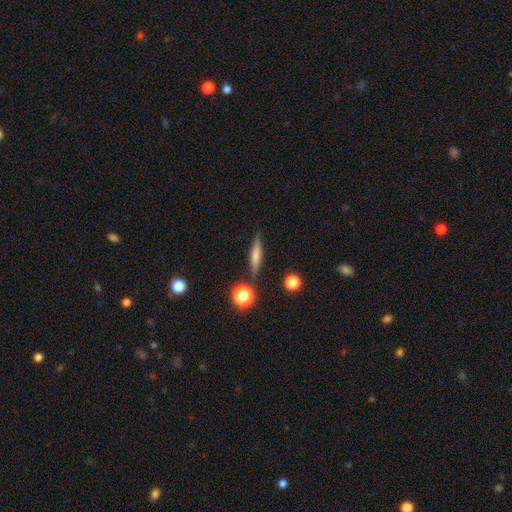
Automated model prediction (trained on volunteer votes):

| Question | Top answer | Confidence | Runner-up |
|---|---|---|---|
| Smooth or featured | smooth | 58% | featured or disk (33%) |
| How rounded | cigar-shaped | 83% | in between (12%) |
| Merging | none | 83% | minor disturbance (10%) |